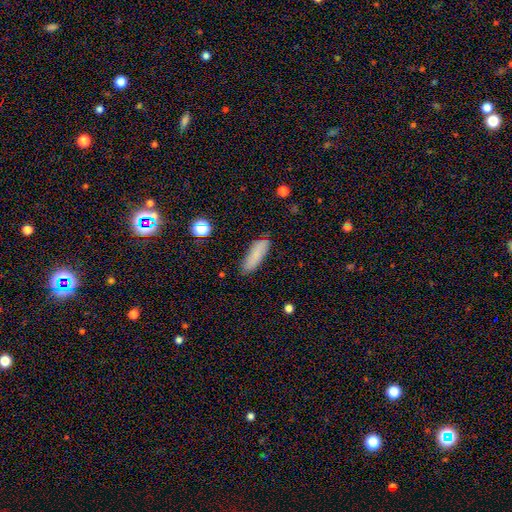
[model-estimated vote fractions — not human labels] Overall: smooth (83%). How rounded: cigar-shaped (51%; in between 47%). Merging: none (82%).